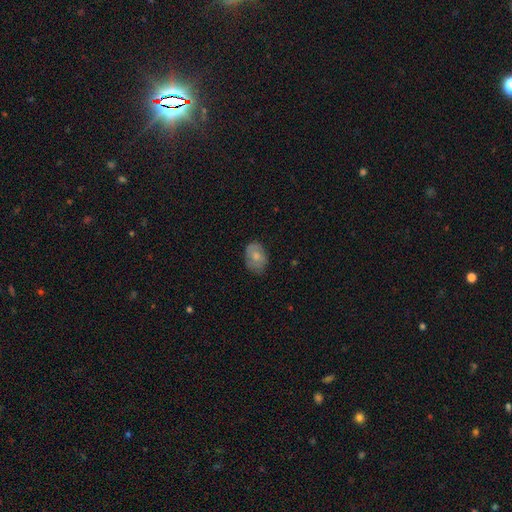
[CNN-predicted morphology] The model was most divided on "merging": none: 69%, minor disturbance: 24%, major disturbance: 6%, merger: 1%. More confident: how rounded — in between (78%); smooth or featured — smooth (73%).